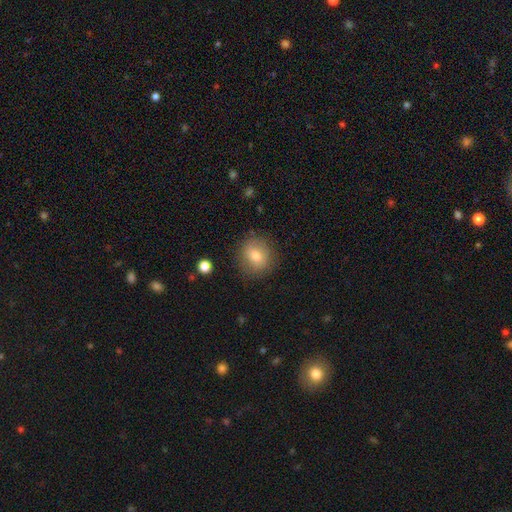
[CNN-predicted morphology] A smooth galaxy with no disk features (74%) that is round (82%). Merging: none (84%).